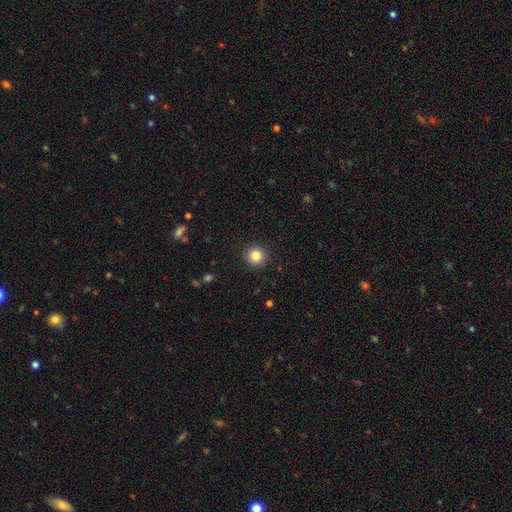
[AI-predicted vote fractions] Morphology: type=smooth (83%); roundness=round (95%); merging=none (92%).